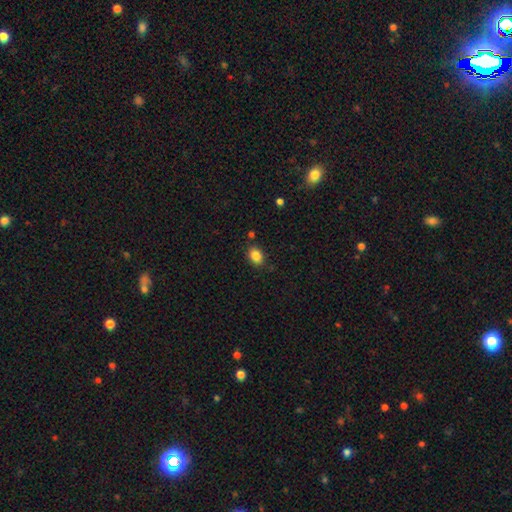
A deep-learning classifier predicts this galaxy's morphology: Smooth or featured? Predicted: smooth (p=0.86). How rounded? Predicted: in between (p=0.72). Merging? Predicted: none (p=0.84).